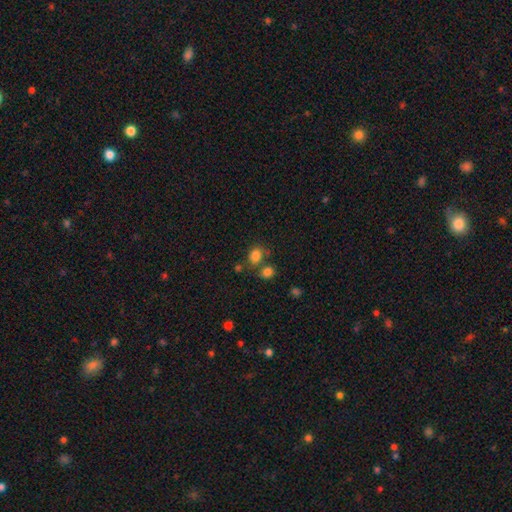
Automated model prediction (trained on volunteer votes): Smooth or featured? smooth (81%)
How rounded? round (54%)
Merging? none (61%)